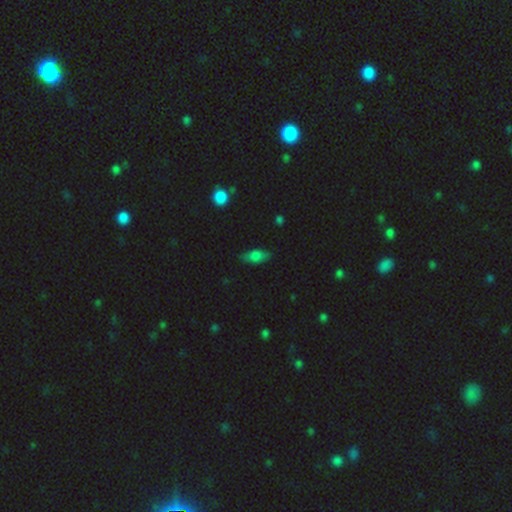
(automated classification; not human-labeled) This appears to be a smooth galaxy with no disk features (70%) that is in between round and cigar-shaped (81%). Merging: none (77%).